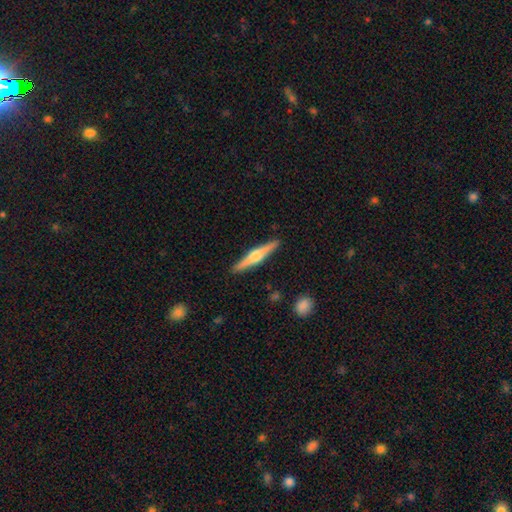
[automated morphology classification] Smooth or featured? featured or disk (70%)
Edge-on disk? yes (98%)
Edge-on bulge? rounded (93%)
Merging? none (91%)